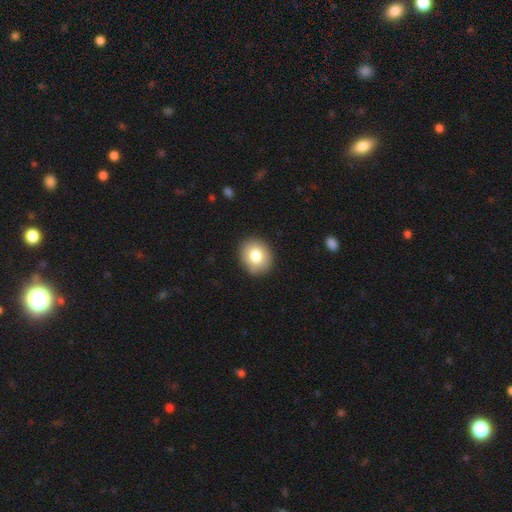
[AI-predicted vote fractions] smooth-or-featured: smooth: 79% | featured or disk: 12% | star or artifact: 9%
  how-rounded: round: 73% | in between: 26% | cigar-shaped: 1%
  merging: none: 89% | minor disturbance: 8% | major disturbance: 2% | merger: 1%